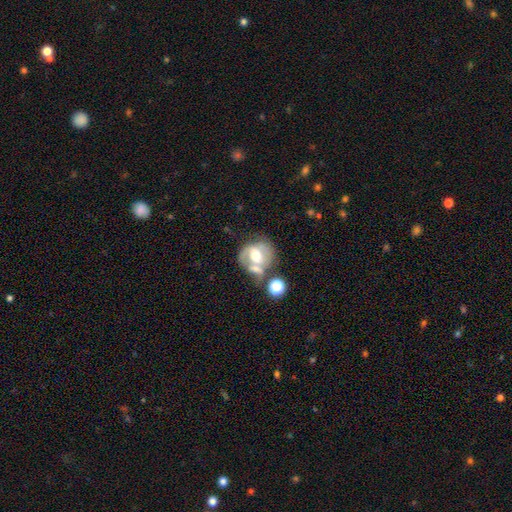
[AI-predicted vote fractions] A featured or disk galaxy (62%) with a weak bar (41%), spiral arms (66%) and a moderate central bulge (69%).

Vote fractions:
- Smooth or featured? featured or disk: 62% / smooth: 29% / star or artifact: 9%
- Edge-on disk? no: 96% / yes: 4%
- Bar? weak: 41% / no: 36% / strong: 23%
- Spiral arms? yes: 66% / no: 34%
- Bulge size? moderate: 69% / small: 15% / large: 13% / none: 2% / dominant: 2%
- Merging? none: 37% / merger: 32% / minor disturbance: 18% / major disturbance: 14%